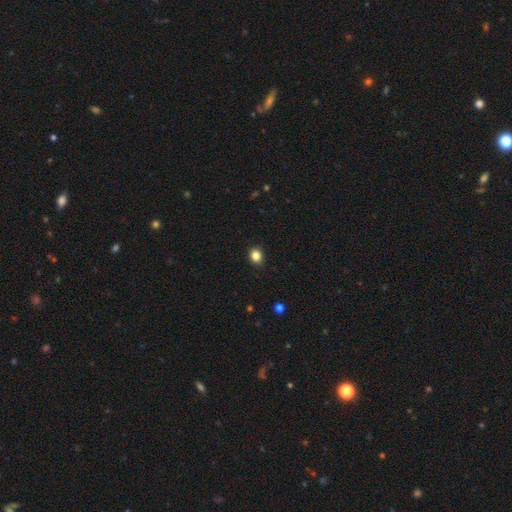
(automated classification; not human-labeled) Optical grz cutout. It shows a smooth galaxy with no disk features (85%) that is round (60%). Merging: none (91%).